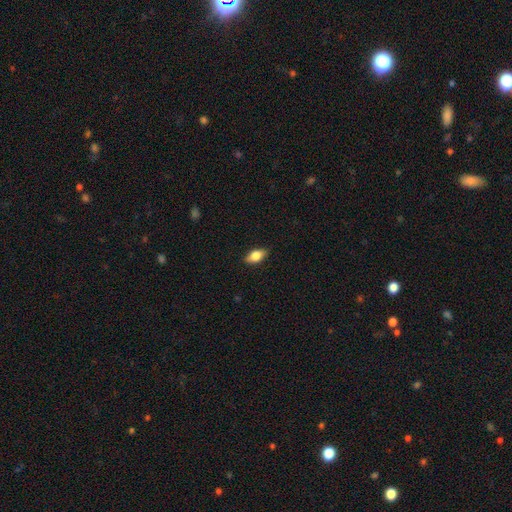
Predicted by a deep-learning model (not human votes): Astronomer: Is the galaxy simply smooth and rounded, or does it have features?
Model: smooth — 75%.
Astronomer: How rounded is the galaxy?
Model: in between — 86%.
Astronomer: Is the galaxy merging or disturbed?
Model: none — 85%.